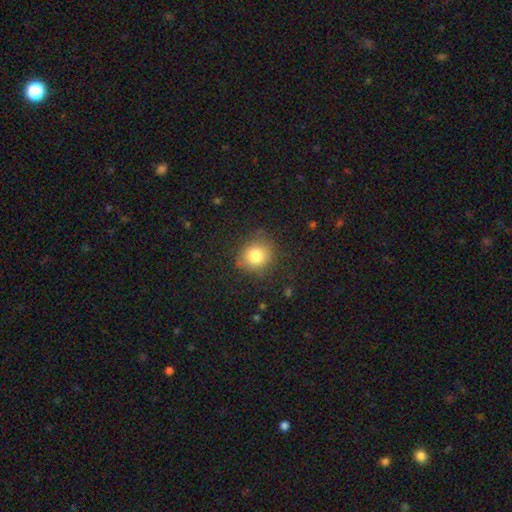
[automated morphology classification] Q: Smooth or featured?
A: smooth (80%); runner-up: star or artifact (11%)
Q: How rounded?
A: round (83%); runner-up: in between (16%)
Q: Merging?
A: none (82%); runner-up: minor disturbance (13%)